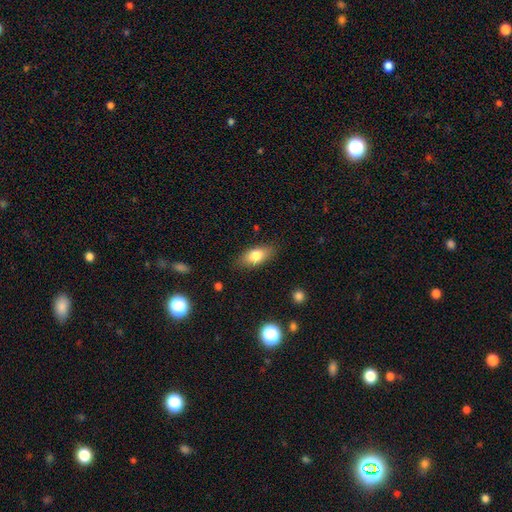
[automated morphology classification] Smooth or featured? Predicted: smooth (p=0.78). How rounded? Predicted: in between (p=0.85). Merging? Predicted: none (p=0.83).